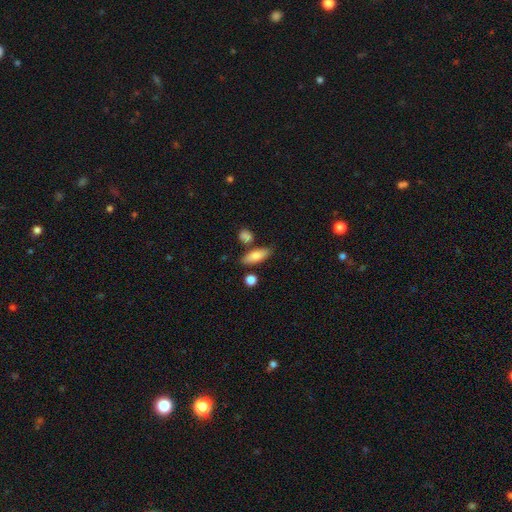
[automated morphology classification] smooth_or_featured: smooth (p=0.81) [alt: featured or disk p=0.12]
how_rounded: in between (p=0.70) [alt: cigar-shaped p=0.26]
merging: none (p=0.76) [alt: minor disturbance p=0.13]